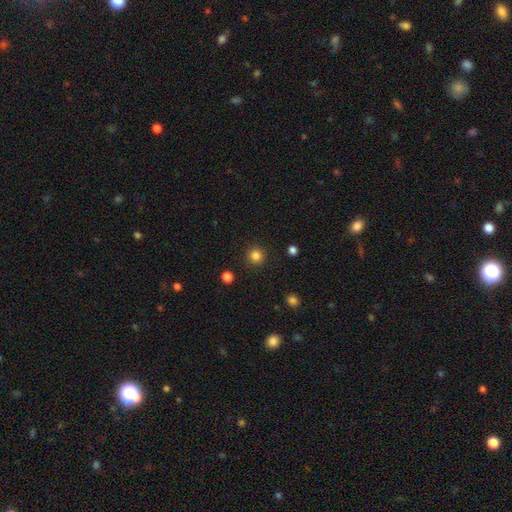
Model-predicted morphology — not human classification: Smooth or featured?
  - smooth: 84% *
  - star or artifact: 12%
  - featured or disk: 4%
How rounded?
  - round: 94% *
  - in between: 5%
  - cigar-shaped: 1%
Merging?
  - none: 92% *
  - minor disturbance: 5%
  - major disturbance: 2%
  - merger: 1%